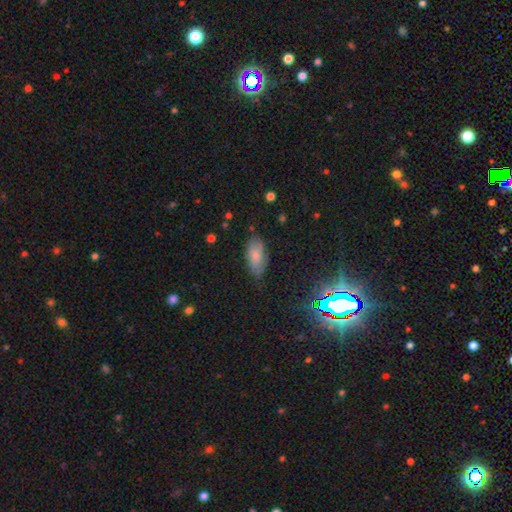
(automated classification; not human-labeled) Smooth or featured? Predicted: smooth (p=0.70). How rounded? Predicted: in between (p=0.90). Merging? Predicted: none (p=0.66).